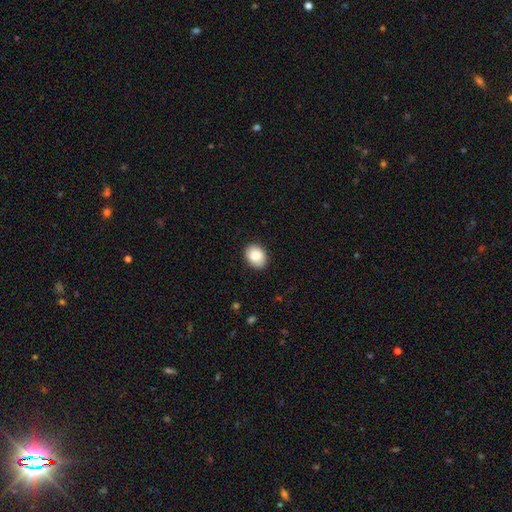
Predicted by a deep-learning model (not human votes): Smooth or featured? smooth (88%)
How rounded? in between (70%)
Merging? none (88%)